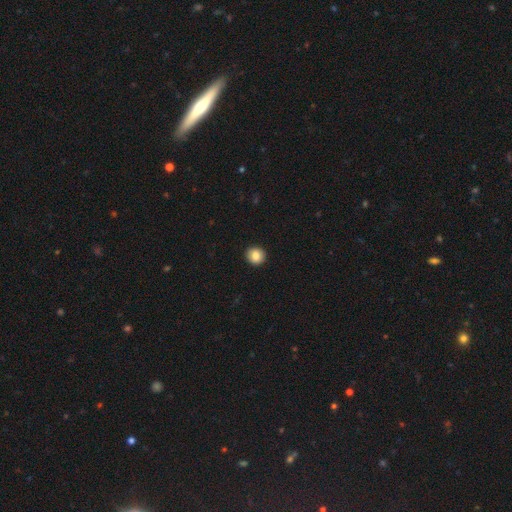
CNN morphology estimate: A smooth galaxy with no disk features (86%) that is round (90%). Merging: none (92%).